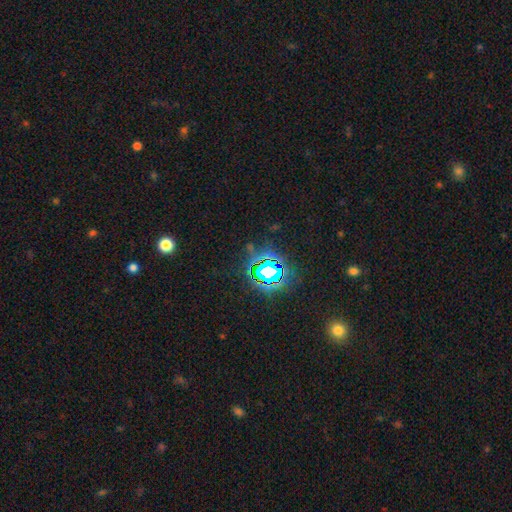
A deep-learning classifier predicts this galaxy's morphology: Smooth or featured: star or artifact — 79% (smooth — 15%)